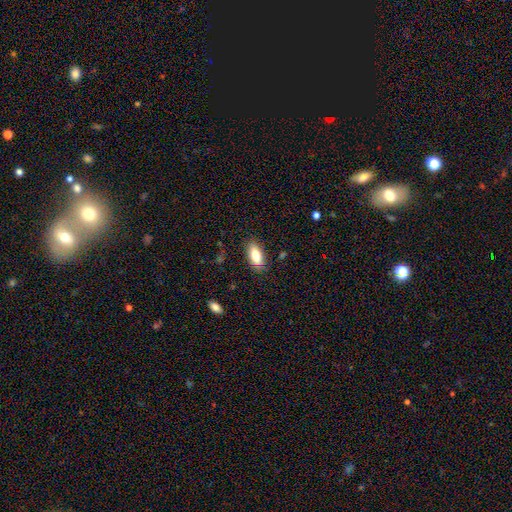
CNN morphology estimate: Smooth or featured? smooth (78%)
How rounded? in between (85%)
Merging? none (83%)